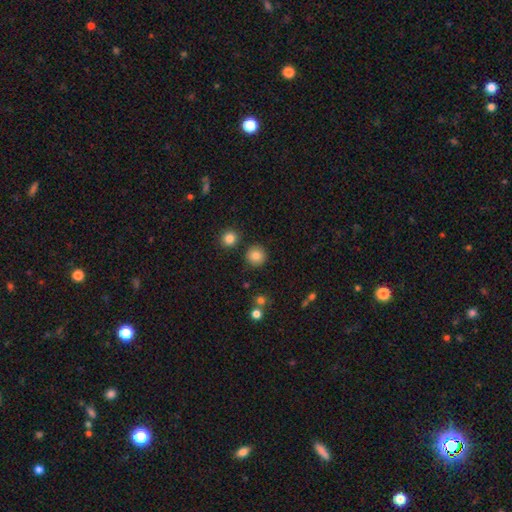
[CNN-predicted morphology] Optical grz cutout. It shows a smooth galaxy with no disk features (84%) that is round (94%). Merging: none (87%).